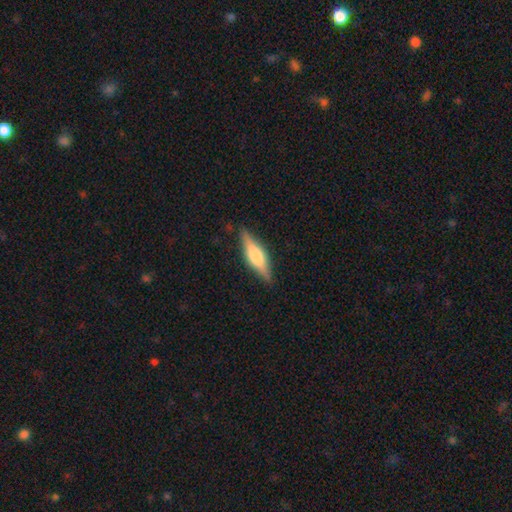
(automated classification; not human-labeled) The model was most divided on "smooth or featured" (2-way tie): featured or disk: 47%, smooth: 47%, star or artifact: 6%. More confident: merging — none (85%).